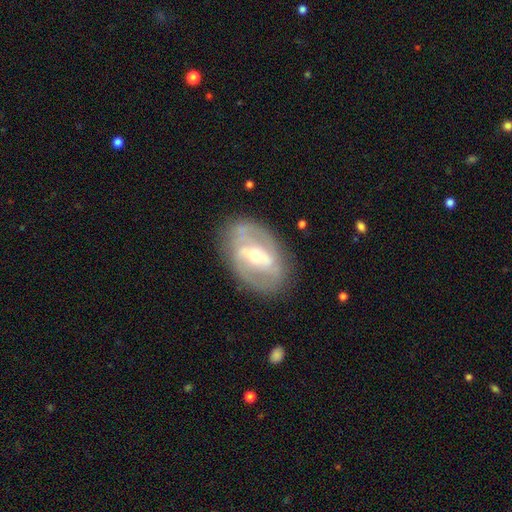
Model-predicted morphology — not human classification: Q: Smooth or featured?
A: featured or disk (79%); runner-up: smooth (14%)
Q: Edge-on disk?
A: no (94%); runner-up: yes (6%)
Q: Bar?
A: strong (47%); runner-up: weak (36%)
Q: Spiral arms?
A: yes (74%); runner-up: no (26%)
Q: Spiral winding?
A: medium (41%); runner-up: tight (36%)
Q: Spiral arm count?
A: 2 (70%); runner-up: can't tell (19%)
Q: Bulge size?
A: moderate (55%); runner-up: small (40%)
Q: Merging?
A: none (75%); runner-up: minor disturbance (16%)